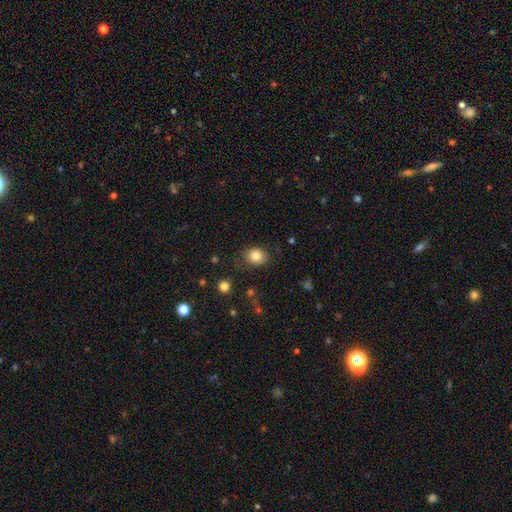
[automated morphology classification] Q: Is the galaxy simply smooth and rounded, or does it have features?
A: smooth — 83%.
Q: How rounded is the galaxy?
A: round — 56%.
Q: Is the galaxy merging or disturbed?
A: none — 75%.